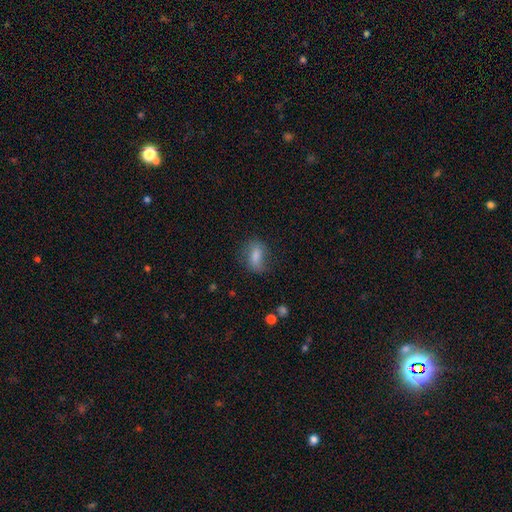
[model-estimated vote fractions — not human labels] A smooth galaxy with no disk features (70%) that is in between round and cigar-shaped (77%).

Vote fractions:
- Smooth or featured? smooth: 70% / featured or disk: 20% / star or artifact: 10%
- How rounded? in between: 77% / round: 12% / cigar-shaped: 11%
- Merging? none: 68% / minor disturbance: 22% / major disturbance: 9% / merger: 2%